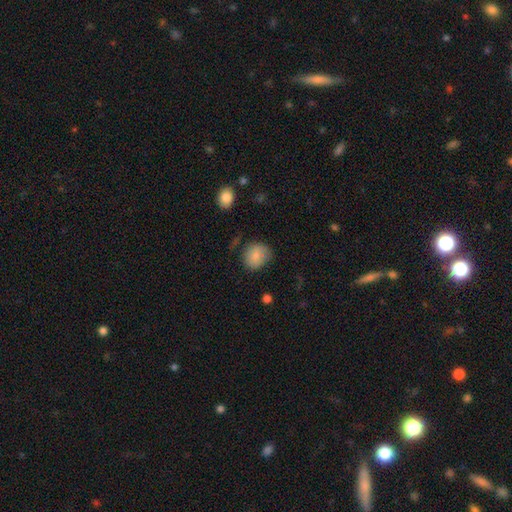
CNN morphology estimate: A smooth galaxy with no disk features (79%) that is round (74%).

Vote fractions:
- Smooth or featured? smooth: 79% / featured or disk: 13% / star or artifact: 8%
- How rounded? round: 74% / in between: 25% / cigar-shaped: 1%
- Merging? none: 64% / minor disturbance: 25% / major disturbance: 7% / merger: 3%